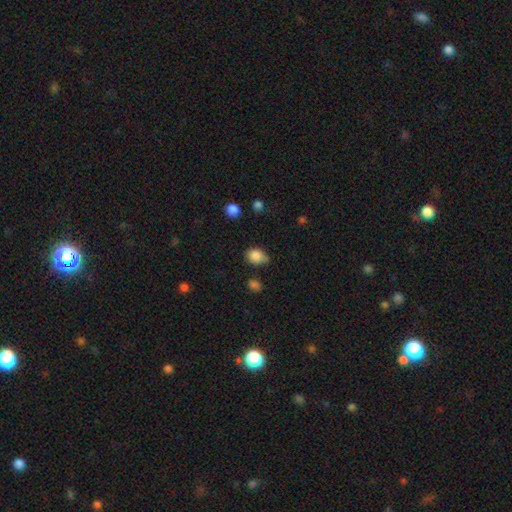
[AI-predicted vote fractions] This is clearly a smooth galaxy (85%). How rounded: likely in between (62%). Merging: possibly none (51%).